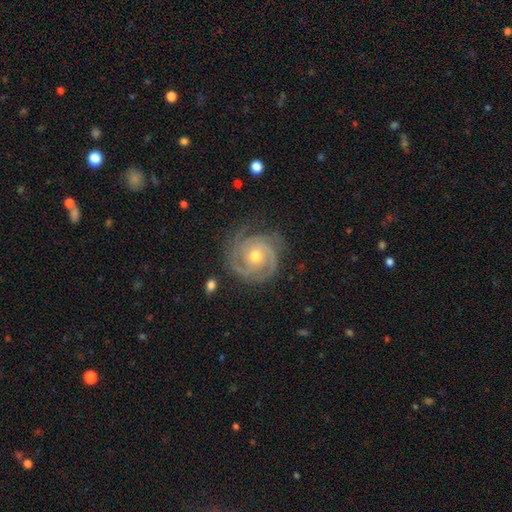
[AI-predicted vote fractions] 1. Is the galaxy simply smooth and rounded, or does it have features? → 90% featured or disk, 5% smooth, 5% star or artifact.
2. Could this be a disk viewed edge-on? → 98% no, 2% yes.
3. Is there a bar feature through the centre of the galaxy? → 75% no, 20% weak, 6% strong.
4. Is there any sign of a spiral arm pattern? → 98% yes, 2% no.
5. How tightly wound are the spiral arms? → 74% tight, 23% medium, 3% loose.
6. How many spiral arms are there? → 52% 3, 17% 2, 11% 4, 11% can't tell, 5% more than 4, 5% 1.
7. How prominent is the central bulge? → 60% moderate, 37% small, 2% large, 1% none, 1% dominant.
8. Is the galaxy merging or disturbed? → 78% none, 16% minor disturbance, 5% major disturbance, 1% merger.